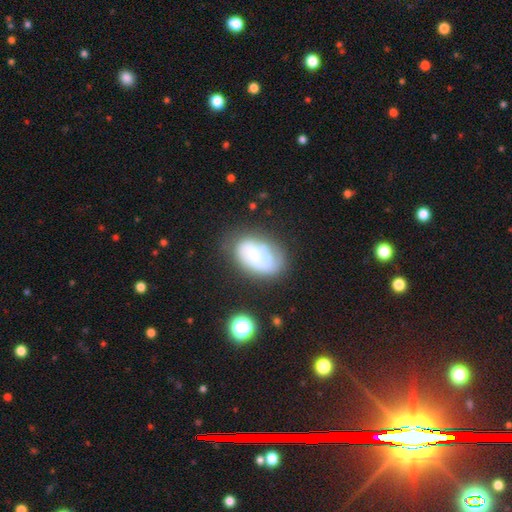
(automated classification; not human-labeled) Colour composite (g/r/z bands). It shows a featured or disk galaxy (46%). Merging: none (51%).